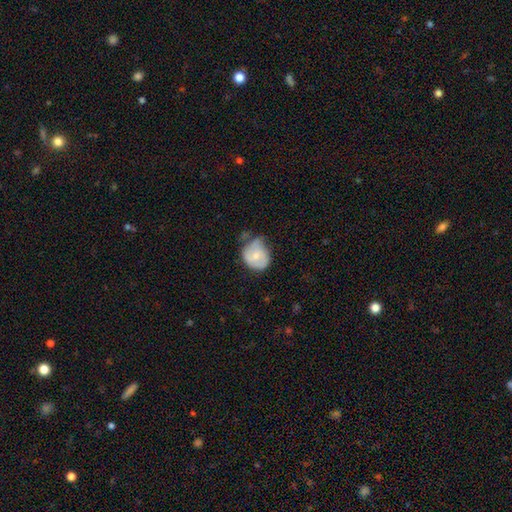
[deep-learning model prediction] Smooth or featured?
  - smooth: 65% *
  - featured or disk: 28%
  - star or artifact: 7%
How rounded?
  - round: 66% *
  - in between: 33%
  - cigar-shaped: 1%
Merging?
  - minor disturbance: 43% *
  - none: 34%
  - major disturbance: 17%
  - merger: 6%